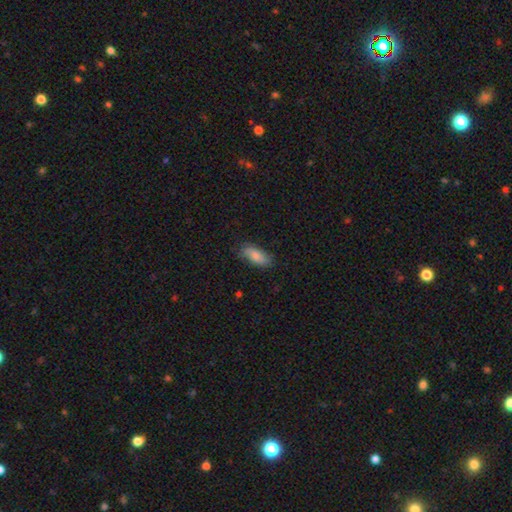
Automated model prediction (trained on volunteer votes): Smooth or featured: smooth — 78% (featured or disk — 16%)
How rounded: in between — 86% (cigar-shaped — 12%)
Merging: none — 73% (minor disturbance — 21%)